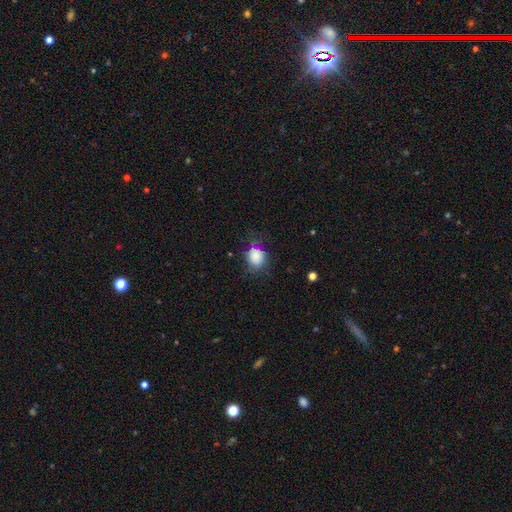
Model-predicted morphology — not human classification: smooth_or_featured: smooth (p=0.82) [alt: star or artifact p=0.10]
how_rounded: round (p=0.64) [alt: in between p=0.35]
merging: none (p=0.64) [alt: minor disturbance p=0.24]